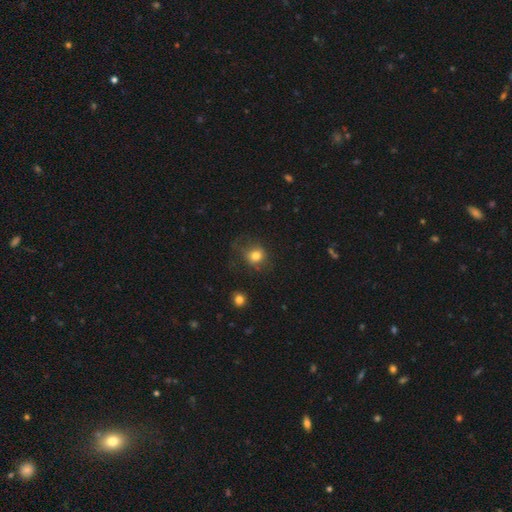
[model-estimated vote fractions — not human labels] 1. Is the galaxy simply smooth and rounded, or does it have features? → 78% smooth, 13% star or artifact, 9% featured or disk.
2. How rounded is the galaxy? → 81% round, 18% in between, 1% cigar-shaped.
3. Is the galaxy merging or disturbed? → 64% none, 20% minor disturbance, 13% major disturbance, 2% merger.